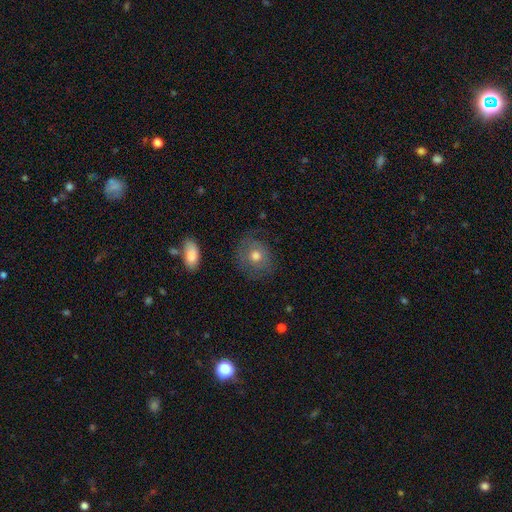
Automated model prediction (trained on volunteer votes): smooth_or_featured: smooth (p=0.57) [alt: featured or disk p=0.29]
how_rounded: round (p=0.76) [alt: in between p=0.23]
merging: none (p=0.78) [alt: minor disturbance p=0.15]